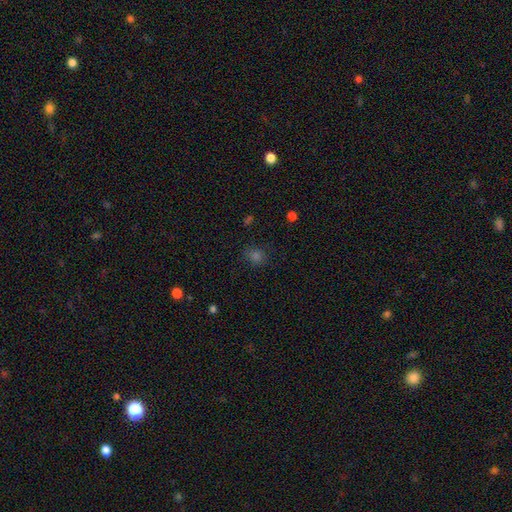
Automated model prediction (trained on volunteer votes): smooth 68%, star or artifact 26%, featured or disk 5%. Down the decision tree: how rounded — round (76%); merging — none (85%).